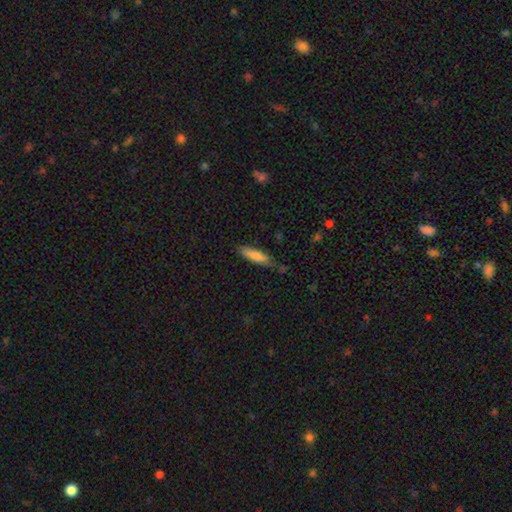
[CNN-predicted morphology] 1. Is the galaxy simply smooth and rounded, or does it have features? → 79% smooth, 15% featured or disk, 6% star or artifact.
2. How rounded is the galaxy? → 70% cigar-shaped, 28% in between, 2% round.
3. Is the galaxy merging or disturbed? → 66% none, 25% minor disturbance, 5% major disturbance, 3% merger.